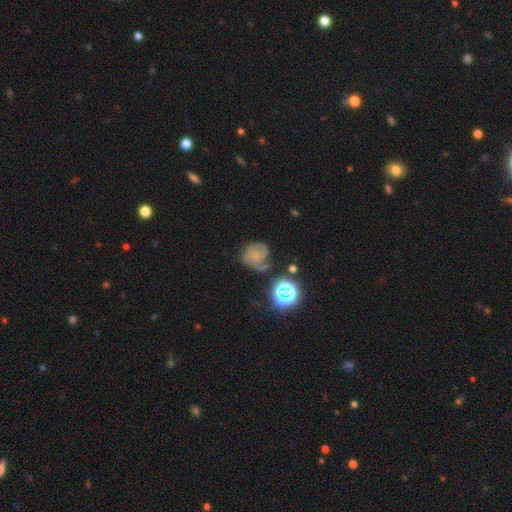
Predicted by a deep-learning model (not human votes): Smooth or featured? featured or disk (60%)
Edge-on disk? no (98%)
Bar? no (71%)
Spiral arms? yes (89%)
Spiral winding? tight (46%)
Spiral arm count? 2 (39%)
Bulge size? none (52%)
Merging? none (58%)